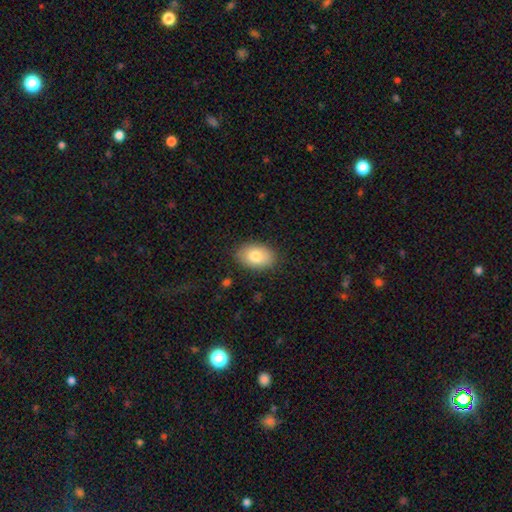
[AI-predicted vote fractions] Morphology: type=smooth (81%); roundness=in between (86%); merging=none (86%).